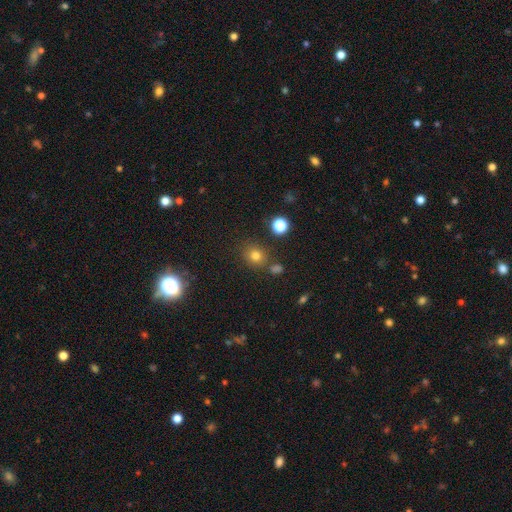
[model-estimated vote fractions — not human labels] smooth 76%, star or artifact 17%, featured or disk 7%. Down the decision tree: how rounded — round (77%); merging — none (78%).